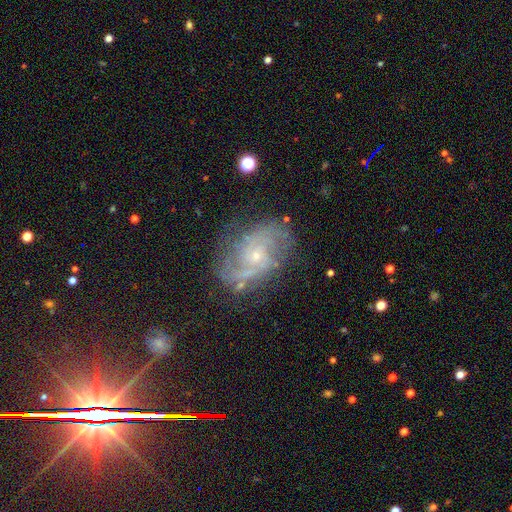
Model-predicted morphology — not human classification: Smooth or featured?
  - featured or disk: 81% *
  - smooth: 10%
  - star or artifact: 9%
Edge-on disk?
  - no: 97% *
  - yes: 3%
Bar?
  - no: 69% *
  - weak: 26%
  - strong: 5%
Spiral arms?
  - yes: 93% *
  - no: 7%
Spiral winding?
  - medium: 44% *
  - tight: 39%
  - loose: 17%
Spiral arm count?
  - 2: 52% *
  - can't tell: 25%
  - 3: 10%
  - 4: 5%
  - 1: 4%
  - more than 4: 4%
Bulge size?
  - small: 76% *
  - moderate: 20%
  - none: 2%
  - large: 1%
  - dominant: 1%
Merging?
  - none: 71% *
  - minor disturbance: 18%
  - major disturbance: 9%
  - merger: 2%